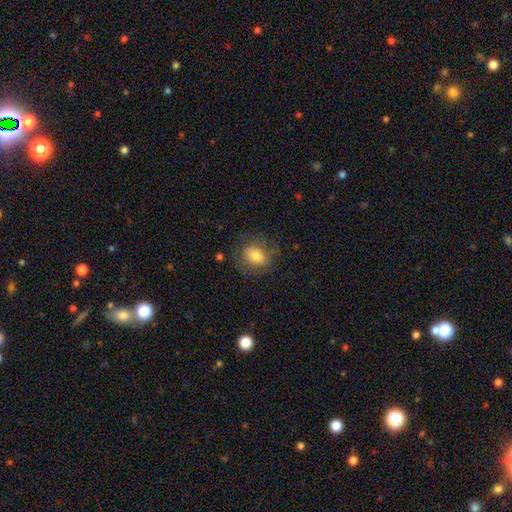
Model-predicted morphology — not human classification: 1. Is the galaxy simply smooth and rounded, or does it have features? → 72% smooth, 20% featured or disk, 9% star or artifact.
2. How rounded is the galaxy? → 54% round, 45% in between, 1% cigar-shaped.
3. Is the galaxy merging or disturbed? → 70% none, 18% minor disturbance, 10% major disturbance, 1% merger.